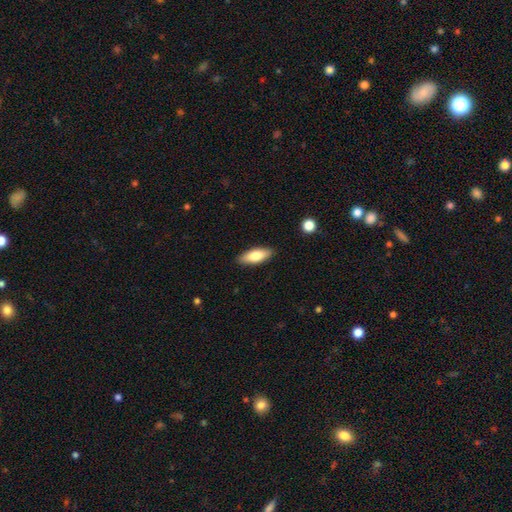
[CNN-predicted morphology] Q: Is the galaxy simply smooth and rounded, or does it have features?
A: smooth — 78%.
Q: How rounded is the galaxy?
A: in between — 73%.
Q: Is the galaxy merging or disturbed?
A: none — 88%.